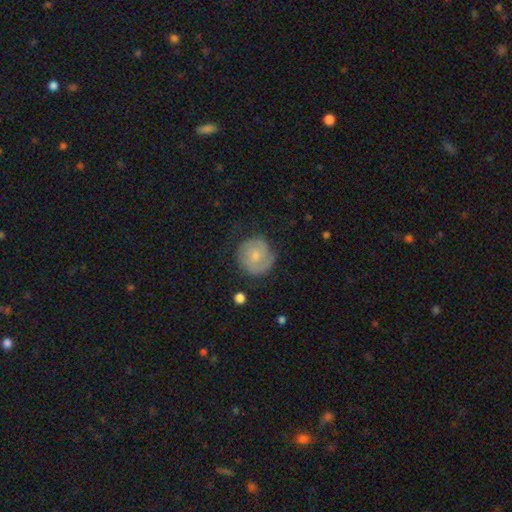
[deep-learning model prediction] Smooth or featured: smooth — 54% (featured or disk — 39%)
How rounded: round — 91% (in between — 8%)
Merging: none — 70% (minor disturbance — 21%)